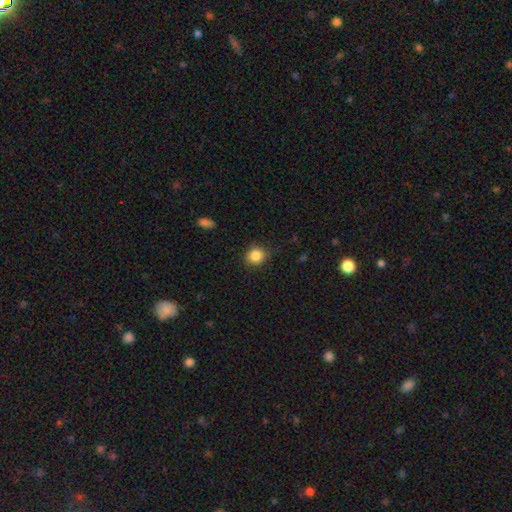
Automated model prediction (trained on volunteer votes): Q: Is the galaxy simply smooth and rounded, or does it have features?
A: smooth — 86%.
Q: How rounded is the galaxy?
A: round — 82%.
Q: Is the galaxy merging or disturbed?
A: none — 83%.